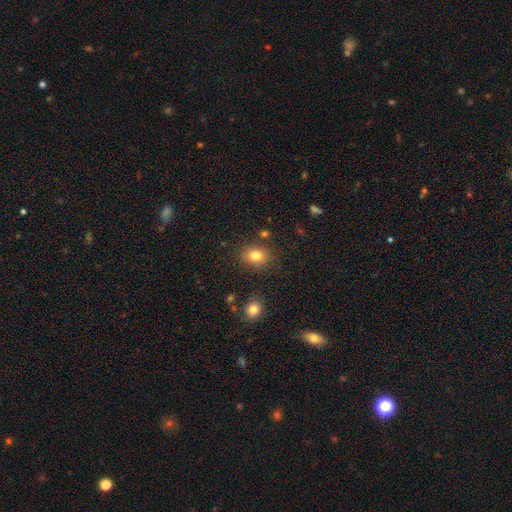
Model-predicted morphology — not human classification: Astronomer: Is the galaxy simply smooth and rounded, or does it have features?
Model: smooth — 81%.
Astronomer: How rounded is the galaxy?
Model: round — 57% (runner-up: in between, 42%).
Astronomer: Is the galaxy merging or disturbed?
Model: none — 83%.